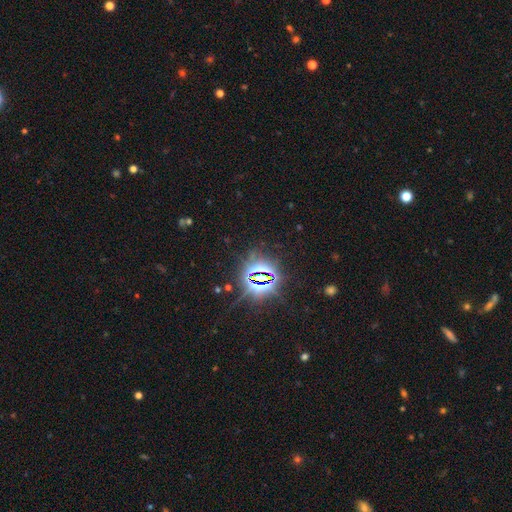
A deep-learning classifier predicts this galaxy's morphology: A star or artifact, not a galaxy (85%).